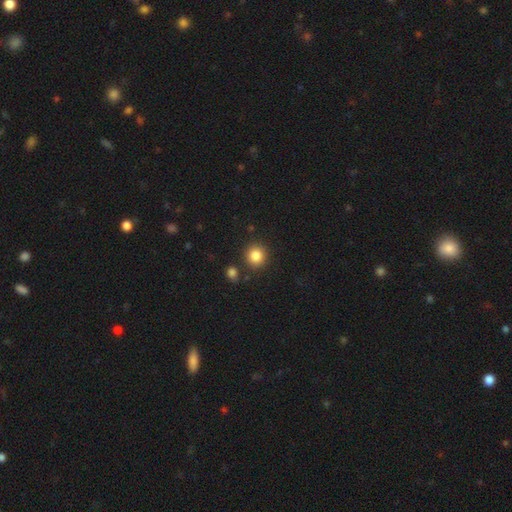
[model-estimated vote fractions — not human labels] A smooth galaxy with no disk features (85%) that is round (89%).

Vote fractions:
- Smooth or featured? smooth: 85% / star or artifact: 11% / featured or disk: 5%
- How rounded? round: 89% / in between: 10% / cigar-shaped: 1%
- Merging? none: 85% / minor disturbance: 7% / merger: 5% / major disturbance: 2%